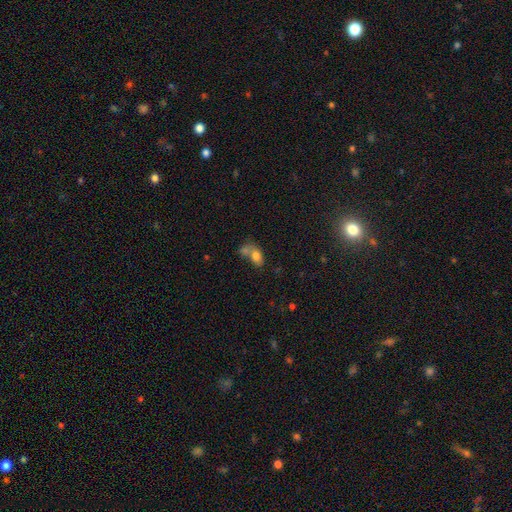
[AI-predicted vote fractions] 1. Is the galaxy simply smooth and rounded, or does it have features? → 75% smooth, 15% featured or disk, 10% star or artifact.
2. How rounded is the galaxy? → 80% in between, 18% round, 2% cigar-shaped.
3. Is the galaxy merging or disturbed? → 57% merger, 23% none, 11% minor disturbance, 9% major disturbance.